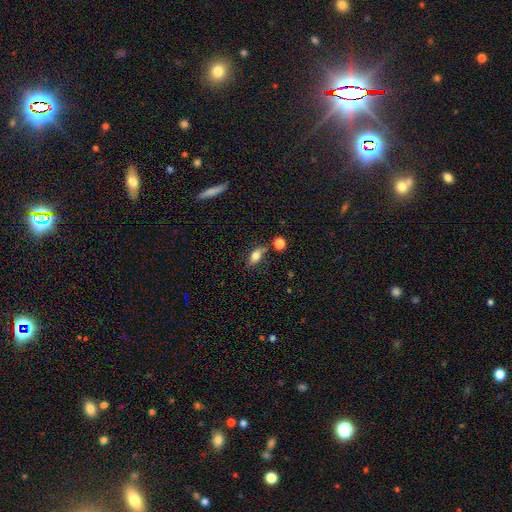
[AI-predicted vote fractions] smooth-or-featured: smooth: 76% | featured or disk: 15% | star or artifact: 9%
  how-rounded: in between: 82% | cigar-shaped: 10% | round: 8%
  merging: none: 69% | minor disturbance: 16% | merger: 11% | major disturbance: 4%